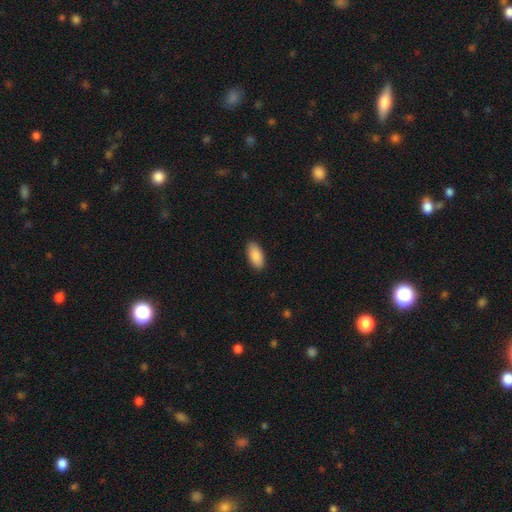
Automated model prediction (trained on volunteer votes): Smooth or featured? smooth (90%)
How rounded? in between (94%)
Merging? none (89%)